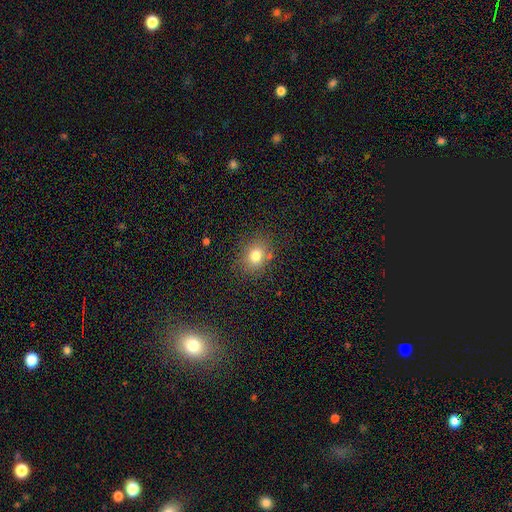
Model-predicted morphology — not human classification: smooth 77%, star or artifact 13%, featured or disk 9%. Down the decision tree: how rounded — round (56%); merging — none (79%).